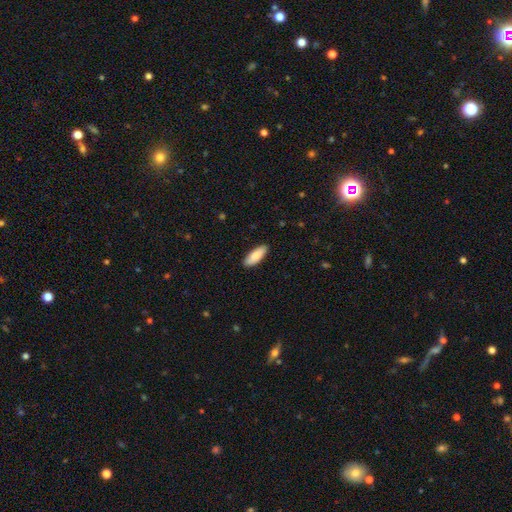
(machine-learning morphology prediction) smooth-or-featured: smooth: 86% | featured or disk: 9% | star or artifact: 5%
  how-rounded: in between: 70% | cigar-shaped: 28% | round: 2%
  merging: none: 89% | minor disturbance: 9% | major disturbance: 2% | merger: 1%